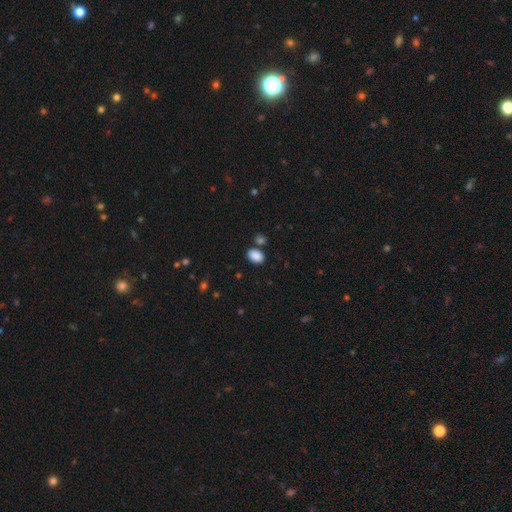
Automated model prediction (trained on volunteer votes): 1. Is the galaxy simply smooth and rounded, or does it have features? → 88% smooth, 9% star or artifact, 3% featured or disk.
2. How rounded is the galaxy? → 81% in between, 18% round, 1% cigar-shaped.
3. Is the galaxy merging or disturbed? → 76% none, 11% minor disturbance, 9% merger, 3% major disturbance.